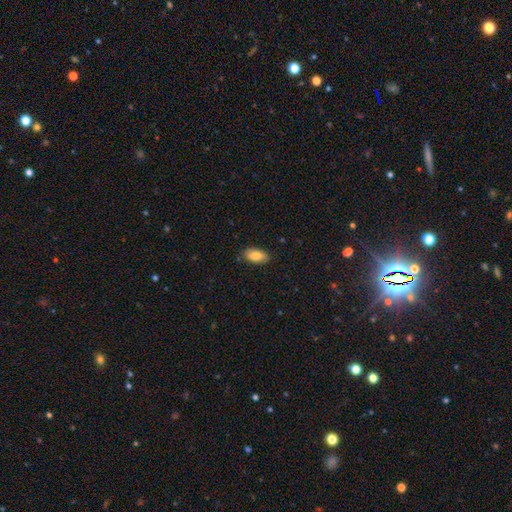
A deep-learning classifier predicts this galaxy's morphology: smooth 82%, featured or disk 11%, star or artifact 7%. Down the decision tree: how rounded — in between (92%); merging — none (84%).